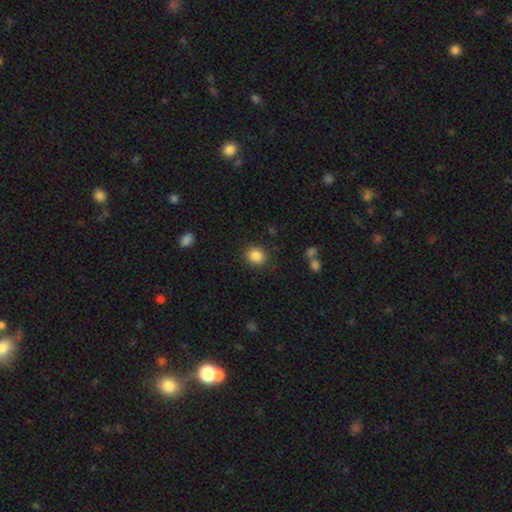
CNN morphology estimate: smooth 87%, star or artifact 9%, featured or disk 4%. Down the decision tree: how rounded — round (70%); merging — none (87%).